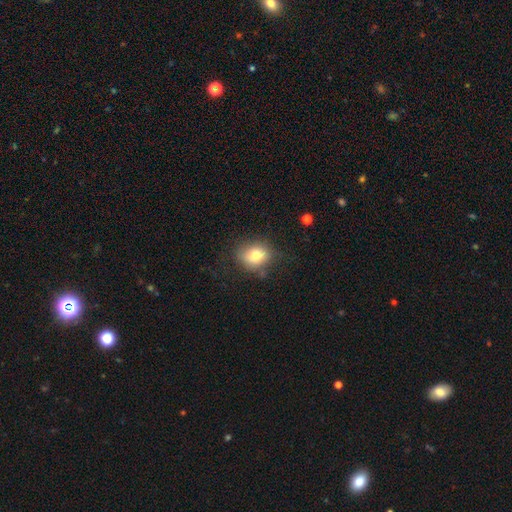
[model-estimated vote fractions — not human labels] Morphology: type=smooth (76%); roundness=round (56%); merging=none (73%).